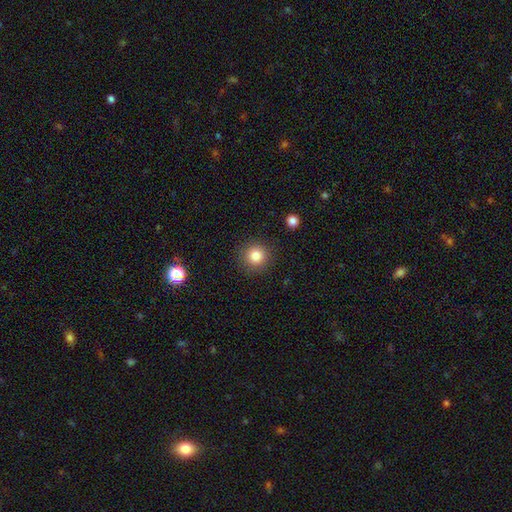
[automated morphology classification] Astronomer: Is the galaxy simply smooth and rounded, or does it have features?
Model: smooth — 83%.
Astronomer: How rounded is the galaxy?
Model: round — 94%.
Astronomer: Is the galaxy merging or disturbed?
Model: none — 90%.